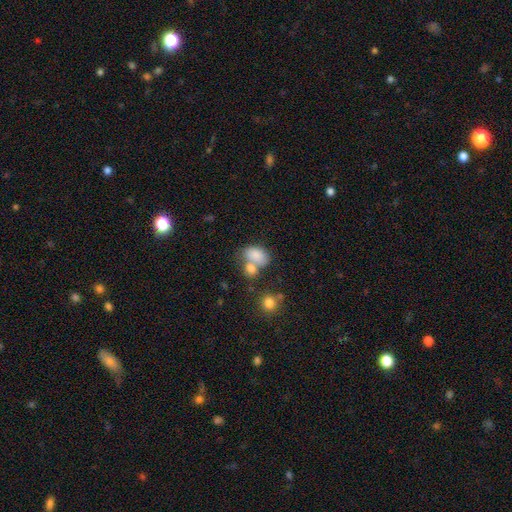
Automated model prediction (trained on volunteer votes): Smooth or featured? smooth (79%)
How rounded? in between (84%)
Merging? merger (46%)